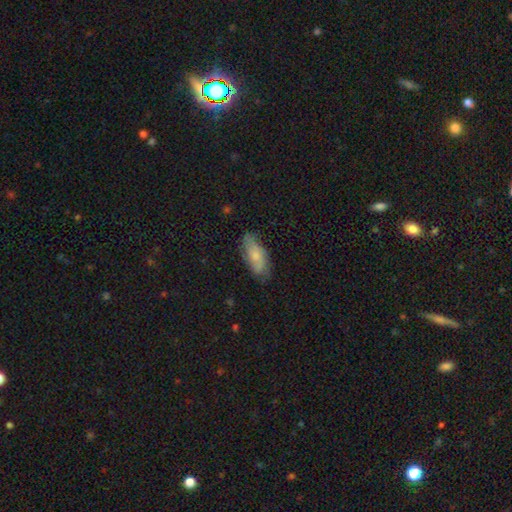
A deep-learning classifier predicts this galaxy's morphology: Overall: smooth (58%; featured or disk 35%). How rounded: in between (84%). Merging: none (68%).